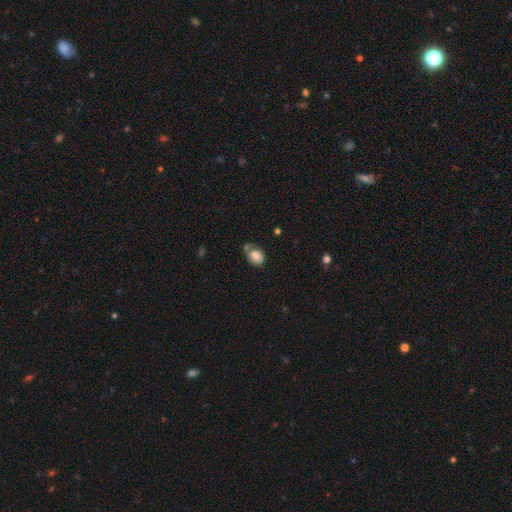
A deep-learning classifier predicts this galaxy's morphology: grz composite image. It shows a smooth galaxy with no disk features (77%) that is in between round and cigar-shaped (68%). Merging: none (47%).